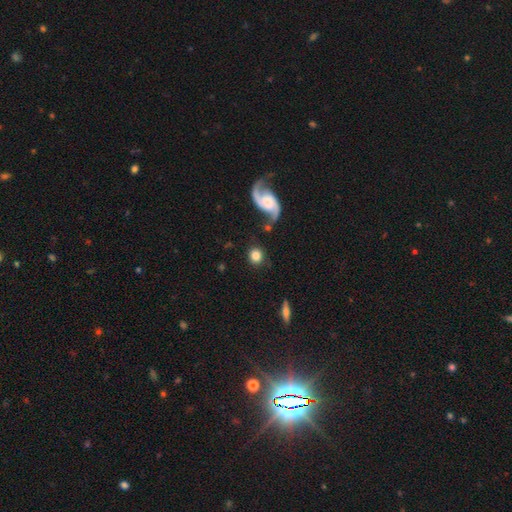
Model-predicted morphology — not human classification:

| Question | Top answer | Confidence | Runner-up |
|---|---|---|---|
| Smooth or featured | smooth | 74% | featured or disk (18%) |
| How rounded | round | 88% | in between (11%) |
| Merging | none | 80% | minor disturbance (10%) |